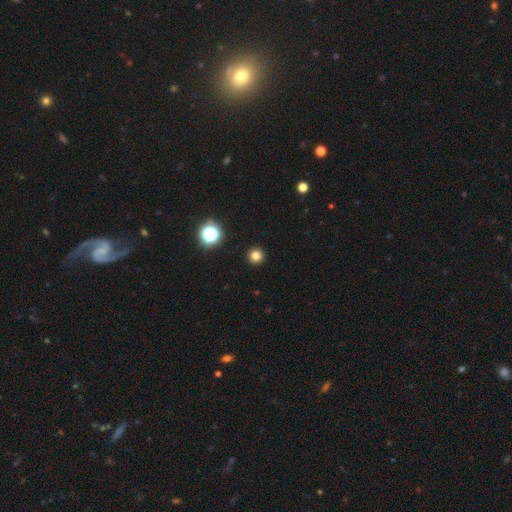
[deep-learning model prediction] Smooth or featured? smooth (79%)
How rounded? round (96%)
Merging? none (94%)